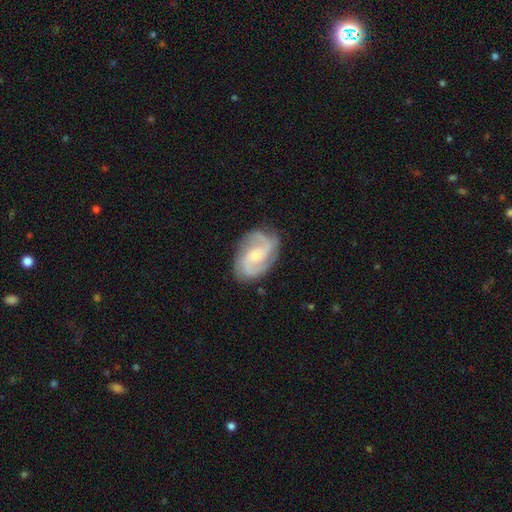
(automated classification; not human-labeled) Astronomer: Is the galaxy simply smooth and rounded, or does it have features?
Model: featured or disk — 86%.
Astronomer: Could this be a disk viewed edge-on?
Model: no — 97%.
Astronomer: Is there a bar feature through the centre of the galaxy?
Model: no — 52% (runner-up: weak, 39%).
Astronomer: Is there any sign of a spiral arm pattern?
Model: yes — 97%.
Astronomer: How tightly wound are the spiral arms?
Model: medium — 51% (runner-up: tight, 35%).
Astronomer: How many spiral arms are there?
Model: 2 — 48% (runner-up: 3, 30%).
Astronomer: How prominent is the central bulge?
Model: small — 55% (runner-up: moderate, 38%).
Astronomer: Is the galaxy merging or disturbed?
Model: none — 78%.